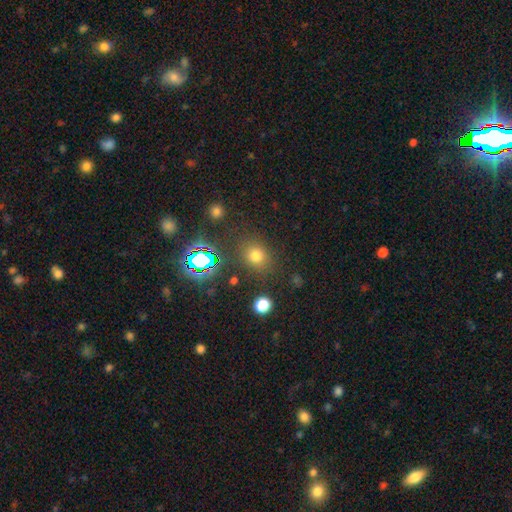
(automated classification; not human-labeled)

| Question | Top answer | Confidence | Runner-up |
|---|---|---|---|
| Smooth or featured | smooth | 69% | star or artifact (24%) |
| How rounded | round | 68% | in between (31%) |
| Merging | none | 80% | minor disturbance (11%) |